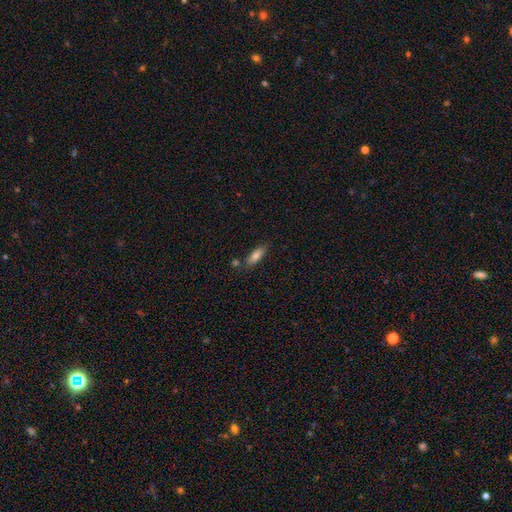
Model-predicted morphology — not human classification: Q: Smooth or featured?
A: smooth (78%); runner-up: featured or disk (14%)
Q: How rounded?
A: in between (67%); runner-up: cigar-shaped (31%)
Q: Merging?
A: none (73%); runner-up: minor disturbance (15%)